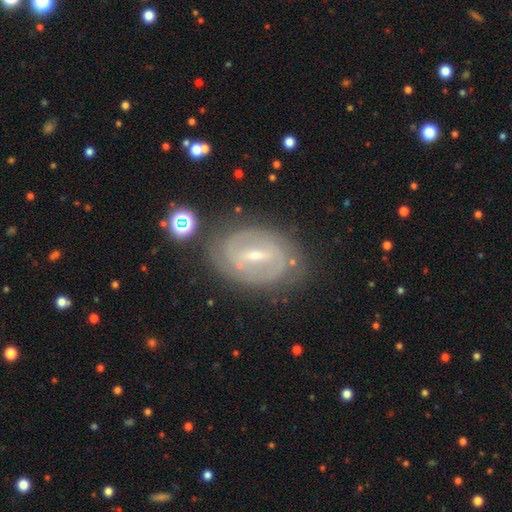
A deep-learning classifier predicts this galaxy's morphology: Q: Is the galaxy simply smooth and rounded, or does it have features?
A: featured or disk — 82%.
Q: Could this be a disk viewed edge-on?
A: no — 94%.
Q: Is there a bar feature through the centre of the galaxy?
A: strong — 55%.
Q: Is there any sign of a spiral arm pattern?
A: yes — 82%.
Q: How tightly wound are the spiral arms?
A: tight — 61%.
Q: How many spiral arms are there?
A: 2 — 60%.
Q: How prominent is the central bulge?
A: small — 62%.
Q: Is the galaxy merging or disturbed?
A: none — 77%.